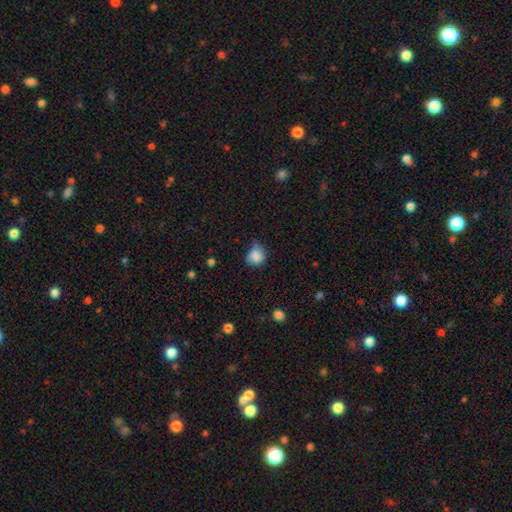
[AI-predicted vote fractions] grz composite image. It shows a smooth galaxy with no disk features (78%) that is round (58%). Merging: minor disturbance (42%).